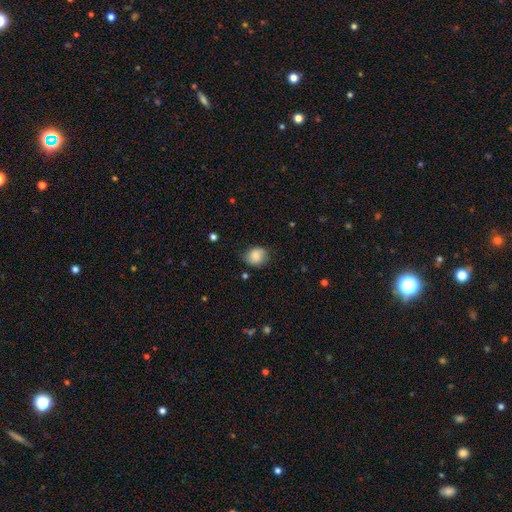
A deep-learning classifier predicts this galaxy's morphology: A smooth galaxy with no disk features (75%) that is round (62%).

Vote fractions:
- Smooth or featured? smooth: 75% / featured or disk: 17% / star or artifact: 9%
- How rounded? round: 62% / in between: 37% / cigar-shaped: 1%
- Merging? none: 75% / minor disturbance: 20% / major disturbance: 4% / merger: 1%